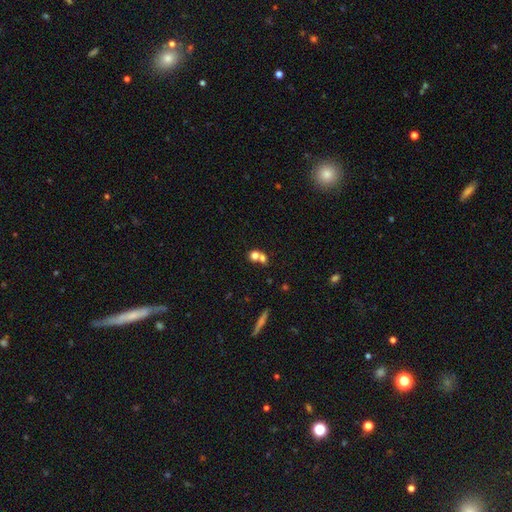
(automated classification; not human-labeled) Morphology: type=smooth (70%); roundness=round (72%); merging=merger (56%).